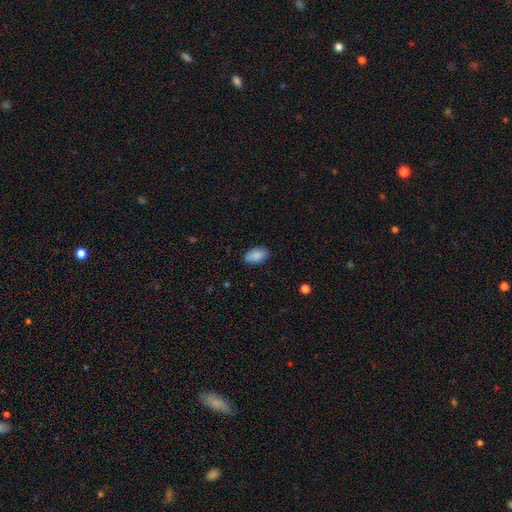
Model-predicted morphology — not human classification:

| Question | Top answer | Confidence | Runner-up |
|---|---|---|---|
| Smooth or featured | smooth | 89% | star or artifact (7%) |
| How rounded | in between | 94% | round (5%) |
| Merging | none | 86% | minor disturbance (11%) |